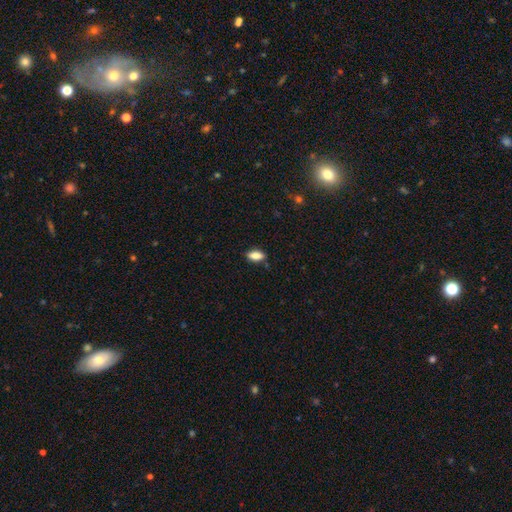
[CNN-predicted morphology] Smooth or featured? Predicted: smooth (p=0.82). How rounded? Predicted: in between (p=0.84). Merging? Predicted: none (p=0.82).